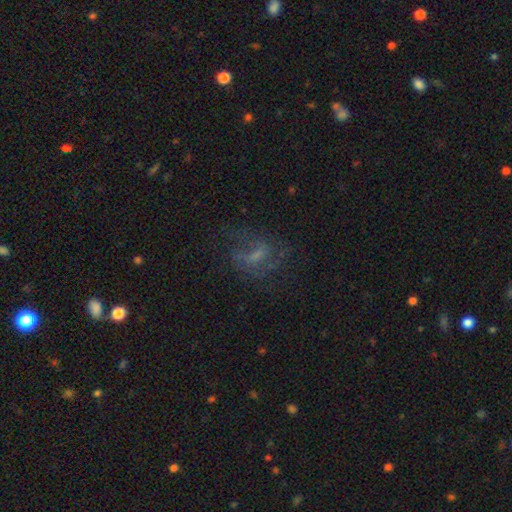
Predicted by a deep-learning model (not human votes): Smooth or featured? Predicted: featured or disk (p=0.52). Edge-on disk? Predicted: no (p=0.96). Merging? Predicted: none (p=0.47).